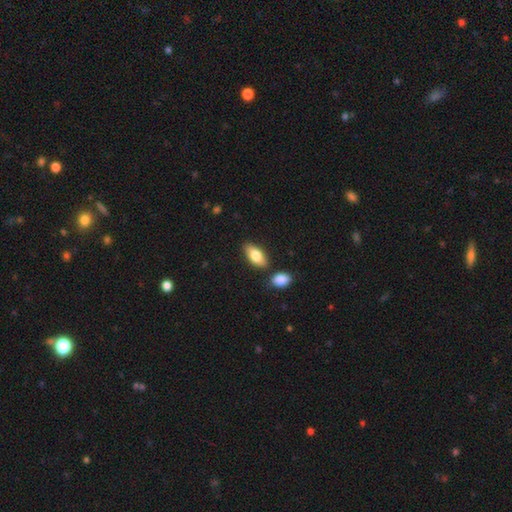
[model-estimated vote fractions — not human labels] smooth_or_featured: smooth (p=0.79) [alt: featured or disk p=0.14]
how_rounded: in between (p=0.89) [alt: cigar-shaped p=0.08]
merging: none (p=0.77) [alt: merger p=0.10]